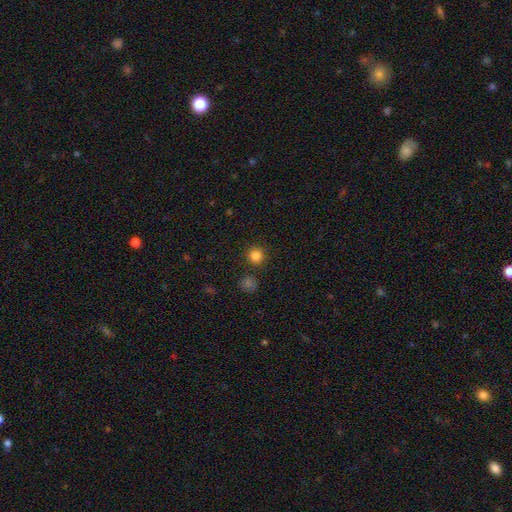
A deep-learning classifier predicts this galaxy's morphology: smooth-or-featured: smooth: 83% | star or artifact: 13% | featured or disk: 4%
  how-rounded: round: 95% | in between: 4% | cigar-shaped: 1%
  merging: none: 88% | minor disturbance: 6% | merger: 4% | major disturbance: 2%